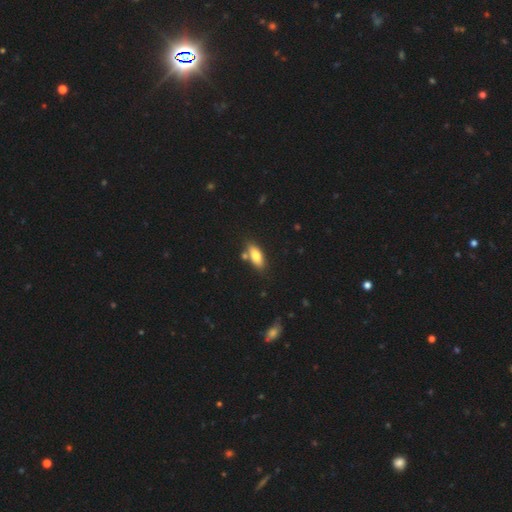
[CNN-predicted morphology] A smooth galaxy with no disk features (78%) that is in between round and cigar-shaped (81%). Merging: none (73%).